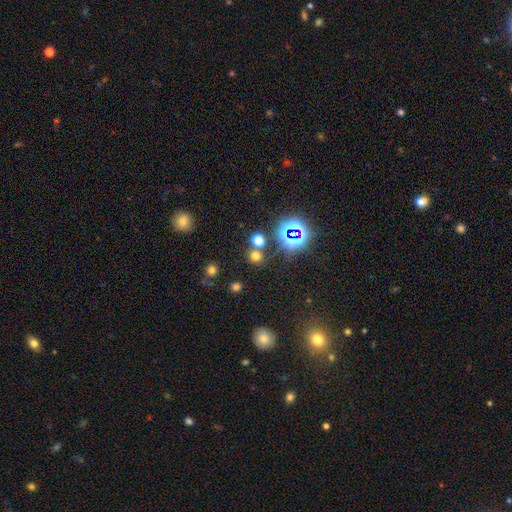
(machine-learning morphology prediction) smooth-or-featured: smooth: 59% | star or artifact: 34% | featured or disk: 7%
  how-rounded: round: 86% | in between: 13% | cigar-shaped: 1%
  merging: none: 74% | merger: 15% | minor disturbance: 7% | major disturbance: 4%